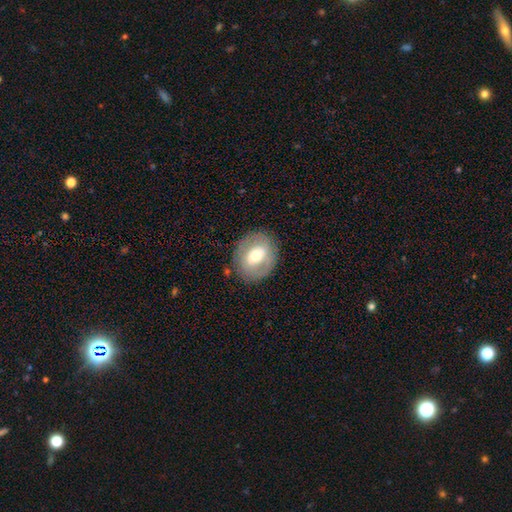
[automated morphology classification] Smooth or featured? Predicted: smooth (p=0.49). Merging? Predicted: none (p=0.81).